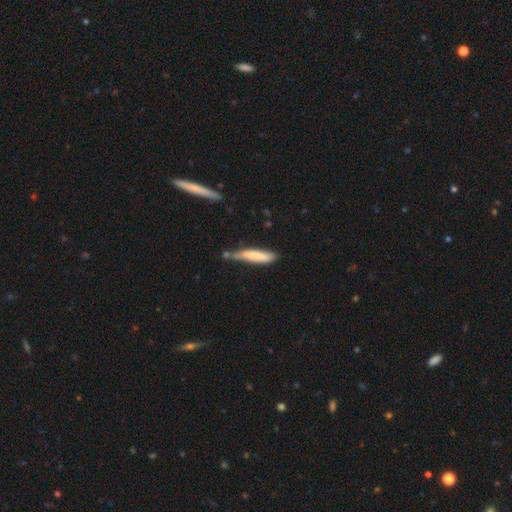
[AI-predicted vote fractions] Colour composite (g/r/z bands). It shows a smooth galaxy with no disk features (75%) that is cigar-shaped (85%). Merging: none (46%).